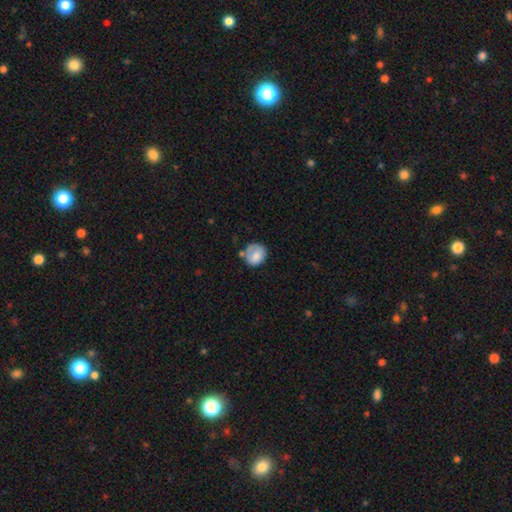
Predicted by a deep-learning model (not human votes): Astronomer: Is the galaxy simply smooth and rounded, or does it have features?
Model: smooth — 75%.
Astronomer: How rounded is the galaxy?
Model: round — 75%.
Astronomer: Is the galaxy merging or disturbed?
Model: none — 53%.